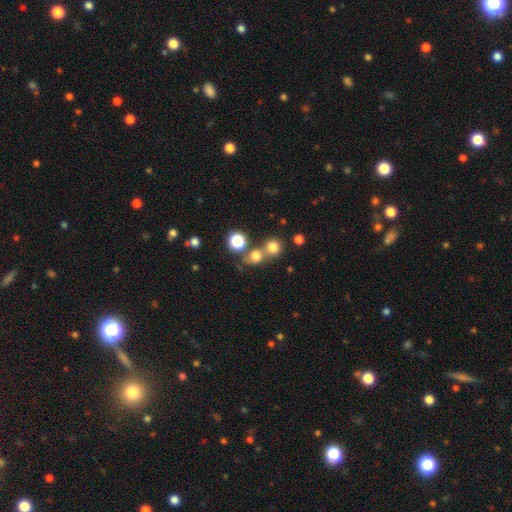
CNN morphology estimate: This is likely a smooth galaxy (73%). How rounded: likely round (76%). Merging: possibly none (47%).